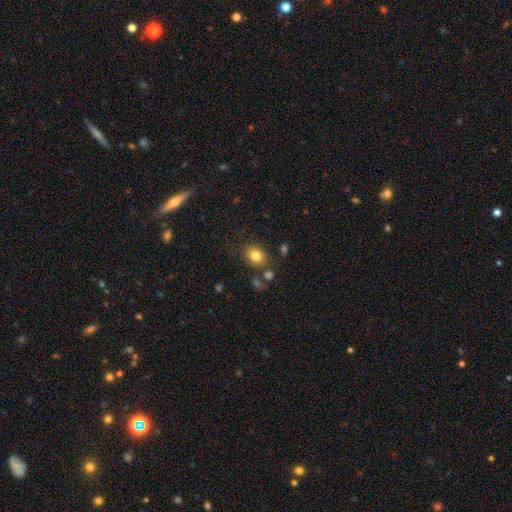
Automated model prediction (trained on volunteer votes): smooth 82%, star or artifact 10%, featured or disk 8%. Down the decision tree: how rounded — in between (53%); merging — none (77%).